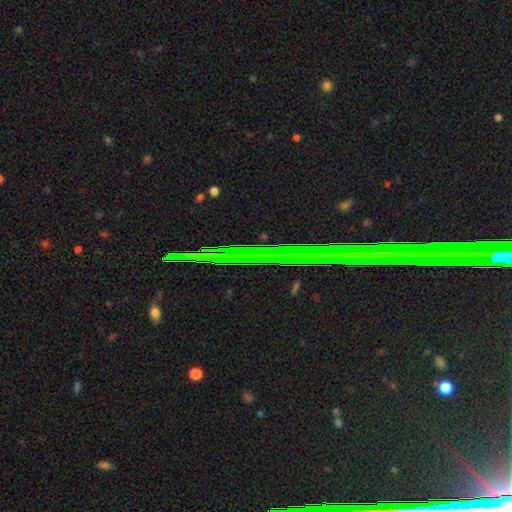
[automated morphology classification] This appears to be a star or artifact, not a galaxy (78%).